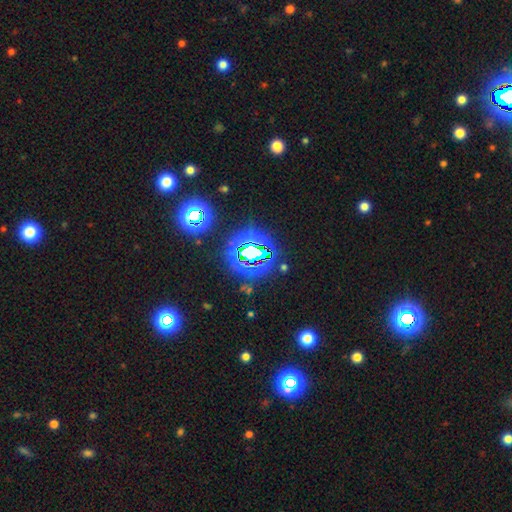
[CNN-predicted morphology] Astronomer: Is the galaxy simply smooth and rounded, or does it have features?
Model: star or artifact — 76%.